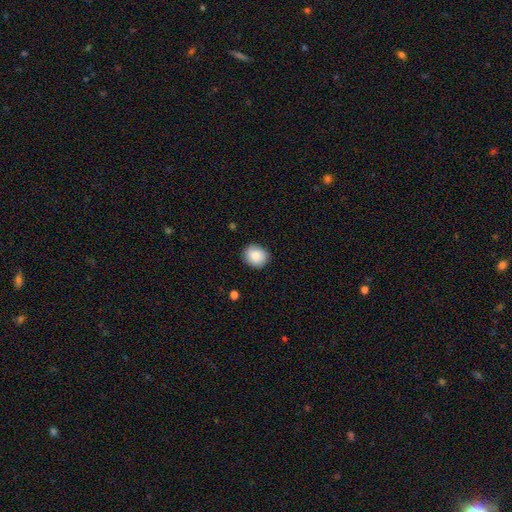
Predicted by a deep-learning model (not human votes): This is clearly a smooth galaxy (85%). How rounded: likely round (75%). Merging: clearly none (86%).